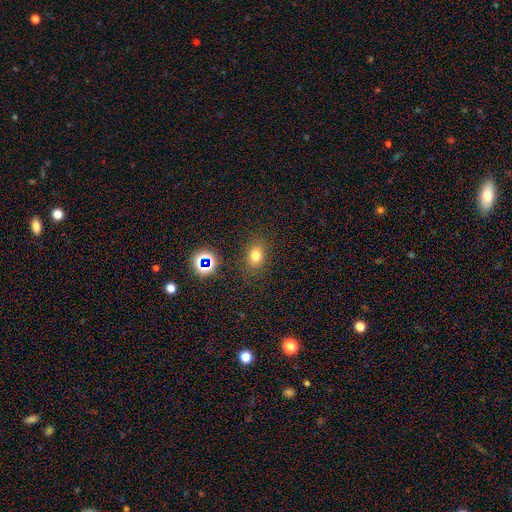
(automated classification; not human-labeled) Overall: smooth (73%). How rounded: in between (67%; round 32%). Merging: none (83%).